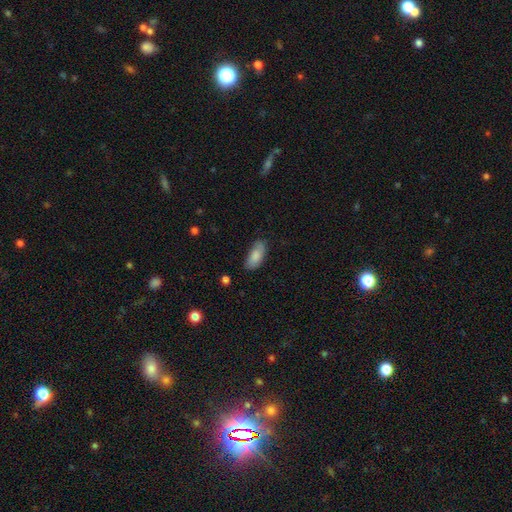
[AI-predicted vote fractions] smooth_or_featured: smooth (p=0.83) [alt: featured or disk p=0.11]
how_rounded: in between (p=0.87) [alt: cigar-shaped p=0.11]
merging: none (p=0.72) [alt: minor disturbance p=0.22]